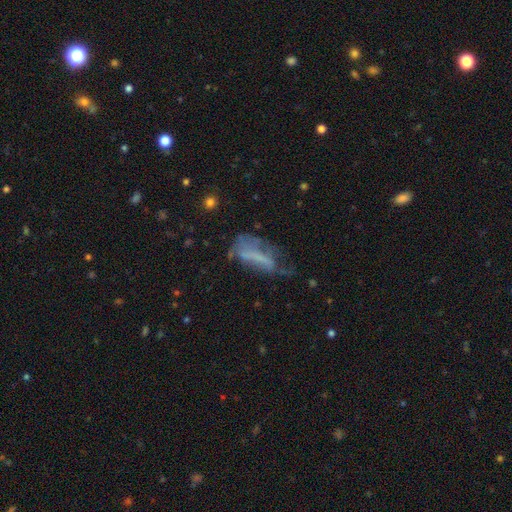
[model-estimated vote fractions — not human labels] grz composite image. It shows a smooth galaxy with no disk features (43%). Merging: major disturbance (42%).